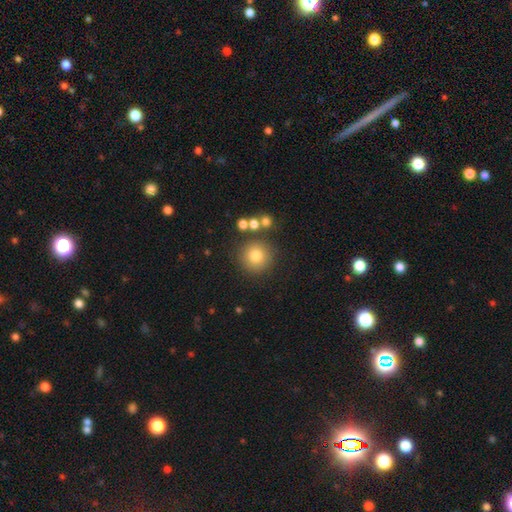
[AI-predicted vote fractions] A smooth galaxy with no disk features (79%) that is round (94%).

Vote fractions:
- Smooth or featured? smooth: 79% / star or artifact: 12% / featured or disk: 9%
- How rounded? round: 94% / in between: 5% / cigar-shaped: 1%
- Merging? none: 81% / minor disturbance: 8% / merger: 8% / major disturbance: 3%